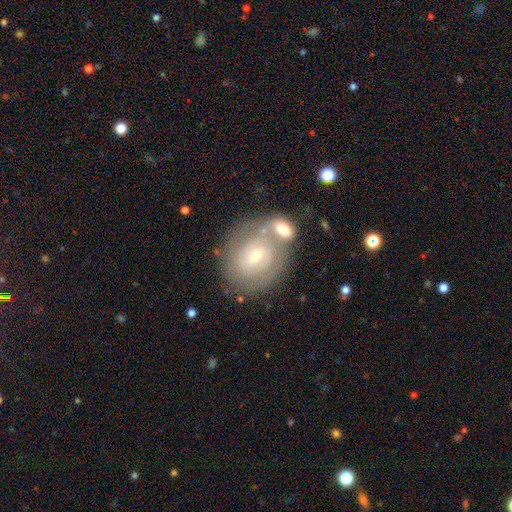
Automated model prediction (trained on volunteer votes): Smooth or featured? Predicted: featured or disk (p=0.63). Edge-on disk? Predicted: no (p=0.96). Bar? Predicted: no (p=0.62). Spiral arms? Predicted: yes (p=0.66). Bulge size? Predicted: small (p=0.64). Merging? Predicted: none (p=0.47).